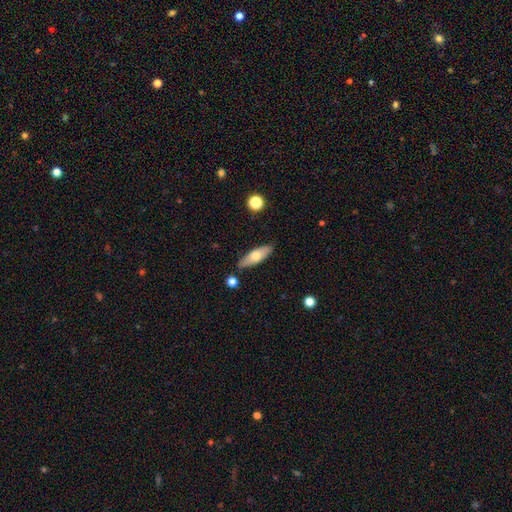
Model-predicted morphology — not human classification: smooth-or-featured: smooth: 64% | featured or disk: 30% | star or artifact: 6%
  how-rounded: in between: 57% | cigar-shaped: 41% | round: 2%
  merging: none: 83% | minor disturbance: 11% | merger: 3% | major disturbance: 2%